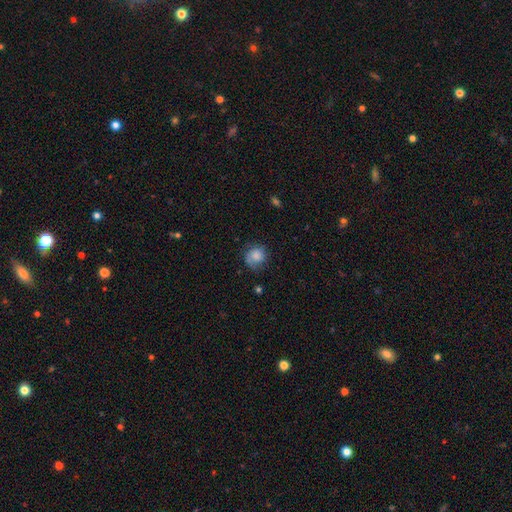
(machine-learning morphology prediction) Smooth or featured?
  - smooth: 71% *
  - featured or disk: 20%
  - star or artifact: 9%
How rounded?
  - round: 83% *
  - in between: 16%
  - cigar-shaped: 1%
Merging?
  - none: 63% *
  - minor disturbance: 24%
  - major disturbance: 11%
  - merger: 2%